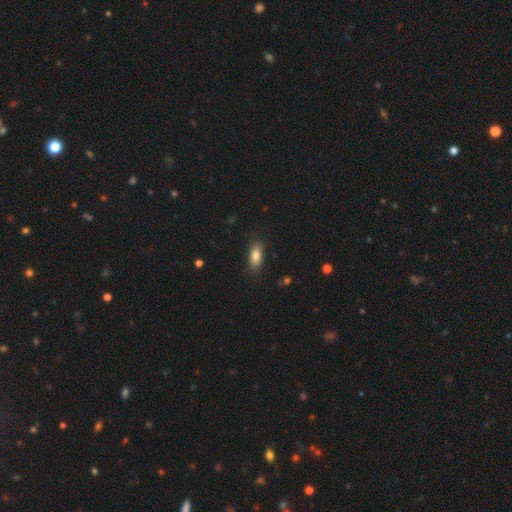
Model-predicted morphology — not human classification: smooth-or-featured: smooth: 83% | featured or disk: 9% | star or artifact: 8%
  how-rounded: in between: 84% | cigar-shaped: 12% | round: 4%
  merging: none: 85% | minor disturbance: 11% | major disturbance: 3% | merger: 1%